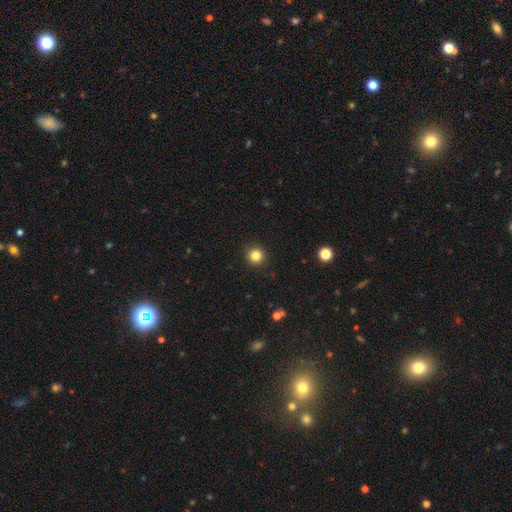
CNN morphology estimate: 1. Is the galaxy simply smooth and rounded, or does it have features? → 84% smooth, 12% star or artifact, 4% featured or disk.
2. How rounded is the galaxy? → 95% round, 4% in between, 1% cigar-shaped.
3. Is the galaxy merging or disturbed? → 93% none, 4% minor disturbance, 2% major disturbance, 1% merger.